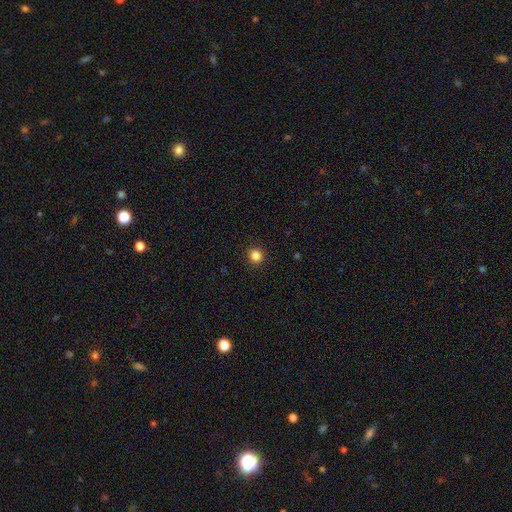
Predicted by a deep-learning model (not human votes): Overall: smooth (84%). How rounded: round (93%). Merging: none (92%).